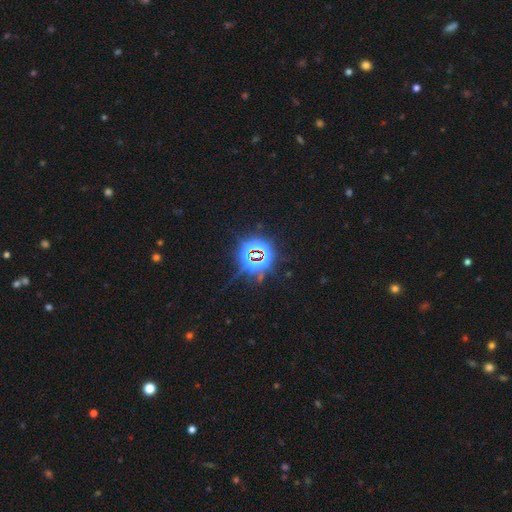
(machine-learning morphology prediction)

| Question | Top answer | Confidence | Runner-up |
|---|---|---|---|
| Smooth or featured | star or artifact | 81% | smooth (11%) |